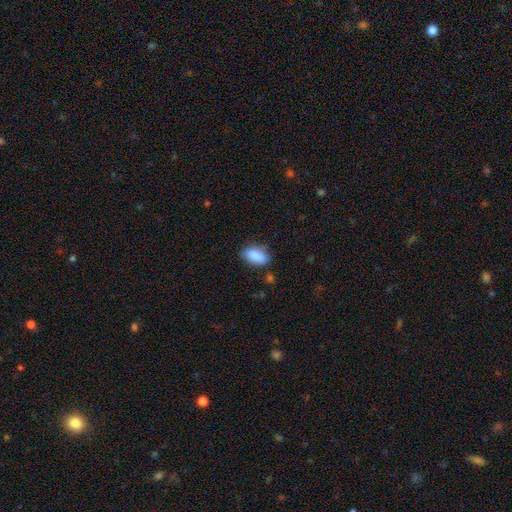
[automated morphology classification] Smooth or featured? smooth (88%)
How rounded? in between (89%)
Merging? none (76%)